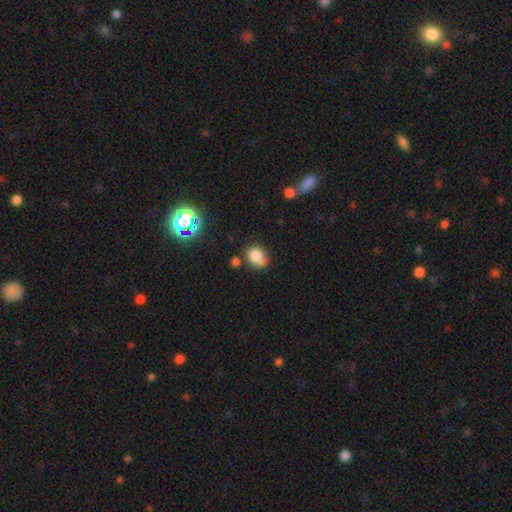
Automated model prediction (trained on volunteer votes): Morphology: type=smooth (77%); roundness=round (60%); merging=none (49%).